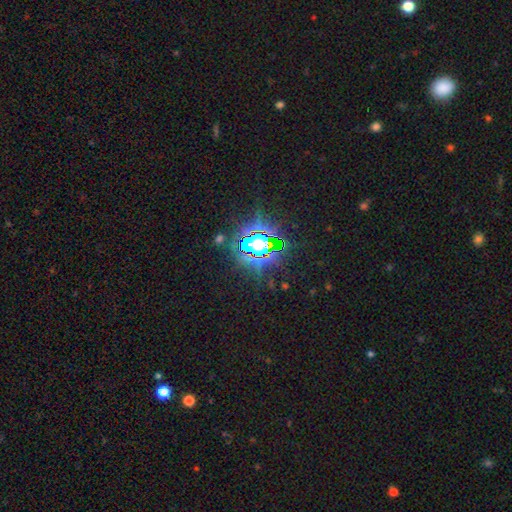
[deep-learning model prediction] smooth-or-featured: star or artifact: 80% | smooth: 10% | featured or disk: 9%